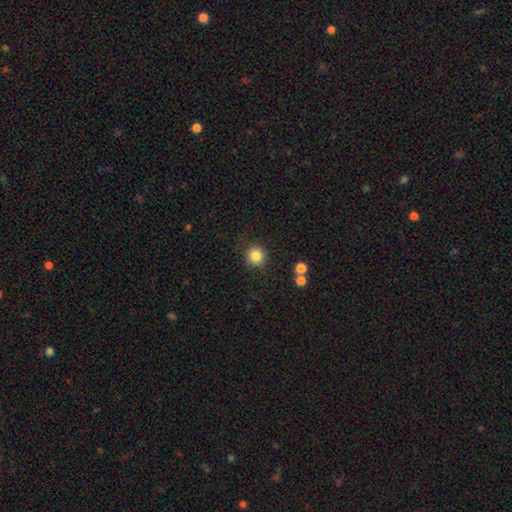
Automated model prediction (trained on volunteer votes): Overall: smooth (84%). How rounded: round (92%). Merging: none (85%).